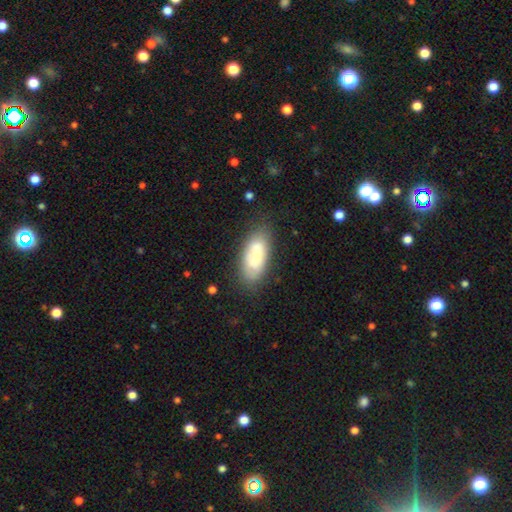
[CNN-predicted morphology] This appears to be a smooth galaxy with no disk features (61%) that is in between round and cigar-shaped (87%). Merging: none (68%).